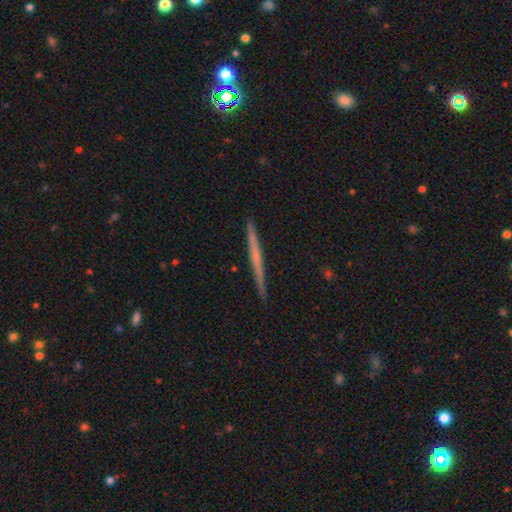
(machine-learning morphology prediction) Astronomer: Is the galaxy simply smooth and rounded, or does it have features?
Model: featured or disk — 58% (runner-up: smooth, 37%).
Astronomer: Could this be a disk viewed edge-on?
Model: yes — 98%.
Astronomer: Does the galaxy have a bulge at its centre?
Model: none — 80%.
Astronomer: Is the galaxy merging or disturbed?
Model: none — 92%.